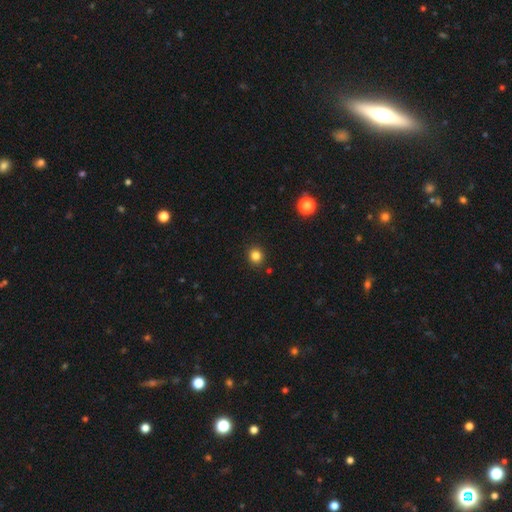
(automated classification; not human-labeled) Smooth or featured? Predicted: smooth (p=0.83). How rounded? Predicted: round (p=0.85). Merging? Predicted: none (p=0.91).